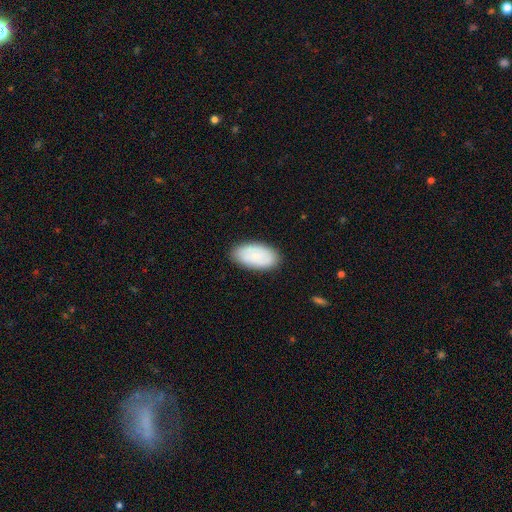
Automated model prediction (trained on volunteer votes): A smooth galaxy with no disk features (78%) that is in between round and cigar-shaped (95%).

Vote fractions:
- Smooth or featured? smooth: 78% / featured or disk: 16% / star or artifact: 6%
- How rounded? in between: 95% / round: 3% / cigar-shaped: 2%
- Merging? none: 86% / minor disturbance: 11% / major disturbance: 2% / merger: 1%